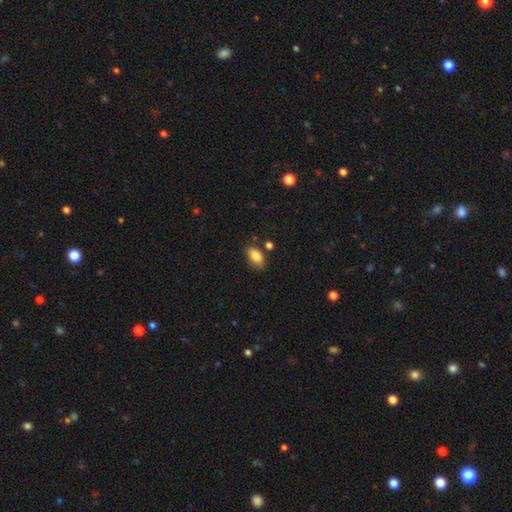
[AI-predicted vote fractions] Smooth or featured? smooth (85%)
How rounded? in between (91%)
Merging? none (74%)